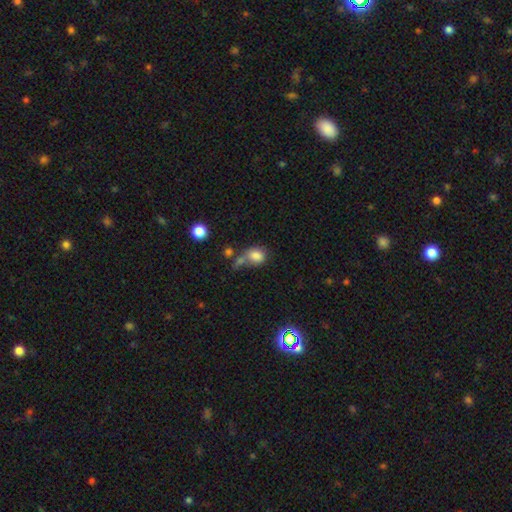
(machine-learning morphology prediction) smooth_or_featured: smooth (p=0.80) [alt: star or artifact p=0.10]
how_rounded: round (p=0.56) [alt: in between p=0.43]
merging: none (p=0.38) [alt: merger p=0.30]